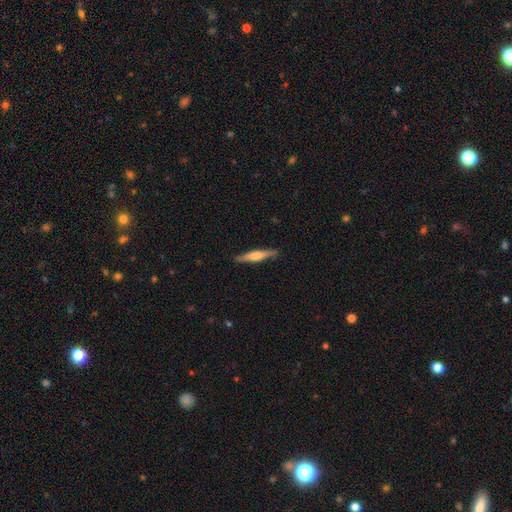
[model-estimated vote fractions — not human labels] Overall: featured or disk (48%; smooth 47%). Merging: none (88%).